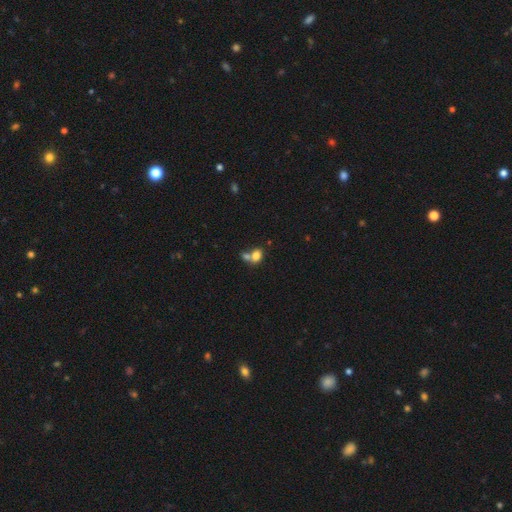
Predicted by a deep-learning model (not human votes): smooth_or_featured: smooth (p=0.79) [alt: featured or disk p=0.11]
how_rounded: in between (p=0.60) [alt: round p=0.38]
merging: merger (p=0.55) [alt: none p=0.33]